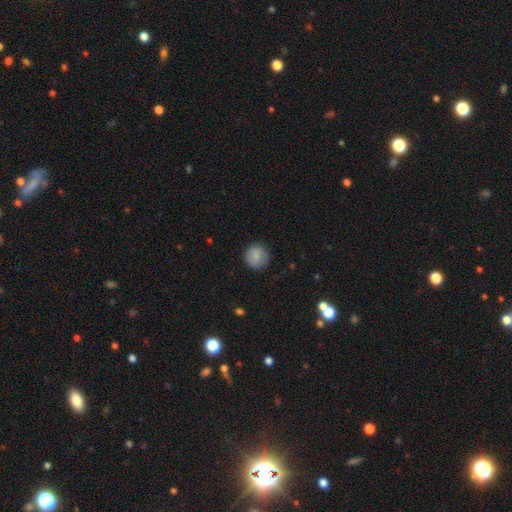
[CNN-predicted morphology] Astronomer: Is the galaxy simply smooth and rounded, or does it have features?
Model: smooth — 83%.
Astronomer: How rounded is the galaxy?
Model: round — 89%.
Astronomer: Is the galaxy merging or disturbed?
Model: none — 86%.